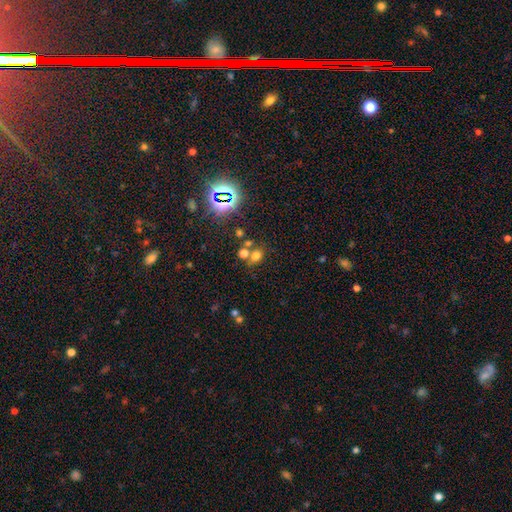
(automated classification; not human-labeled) Overall: smooth (62%; star or artifact 28%). How rounded: round (56%; in between 42%). Merging: none (56%; merger 27%).